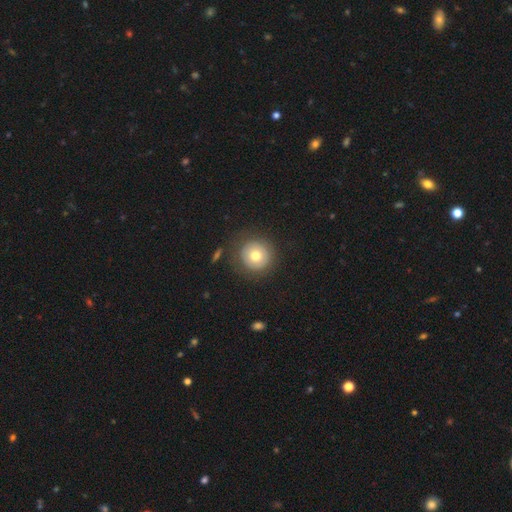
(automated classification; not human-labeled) smooth 71%, featured or disk 19%, star or artifact 10%. Down the decision tree: how rounded — round (95%); merging — none (84%).